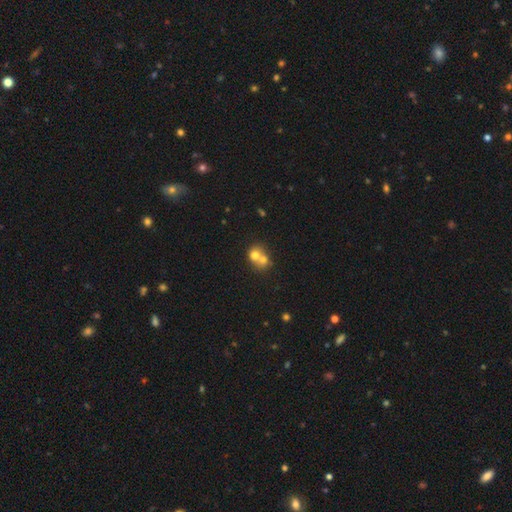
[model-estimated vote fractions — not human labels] Overall: smooth (68%). How rounded: round (71%). Merging: merger (68%).